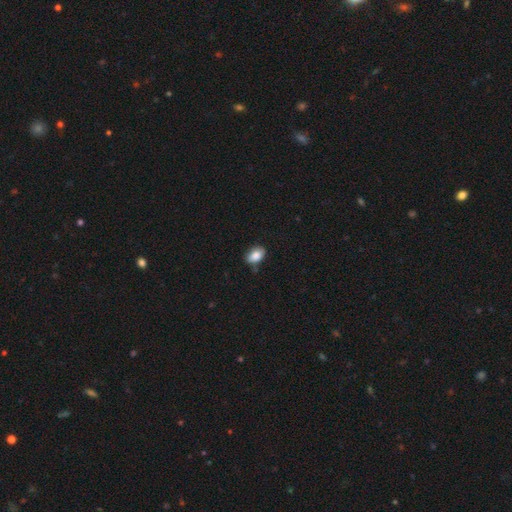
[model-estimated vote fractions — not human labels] This appears to be a smooth galaxy with no disk features (86%) that is in between round and cigar-shaped (86%). Merging: none (72%).